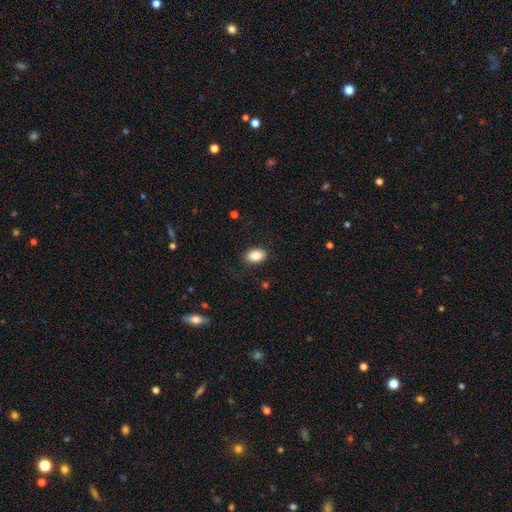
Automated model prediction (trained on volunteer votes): The model was most divided on "merging": none: 86%, minor disturbance: 10%, major disturbance: 3%, merger: 1%. More confident: how rounded — in between (89%); smooth or featured — smooth (85%).